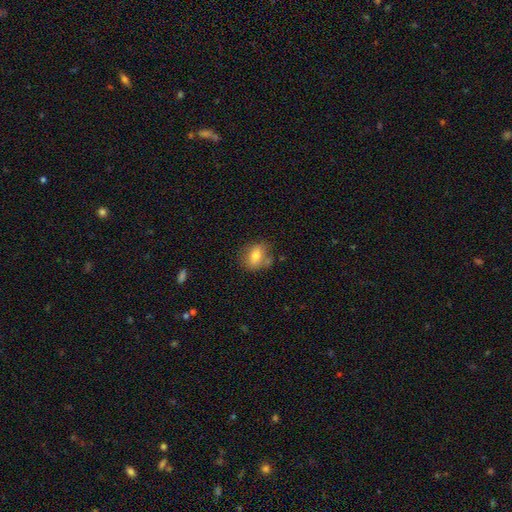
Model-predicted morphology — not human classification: The model was most divided on "how rounded": in between: 62%, round: 36%, cigar-shaped: 2%. More confident: smooth or featured — smooth (74%); merging — none (69%).